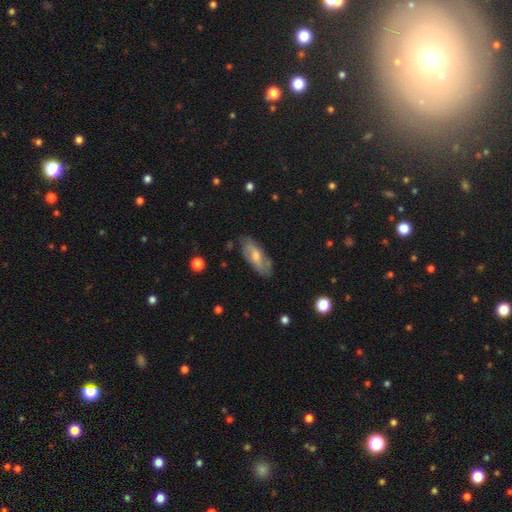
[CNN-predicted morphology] Smooth or featured?
  - featured or disk: 50% *
  - smooth: 43%
  - star or artifact: 8%
Merging?
  - none: 80% *
  - minor disturbance: 15%
  - major disturbance: 4%
  - merger: 1%